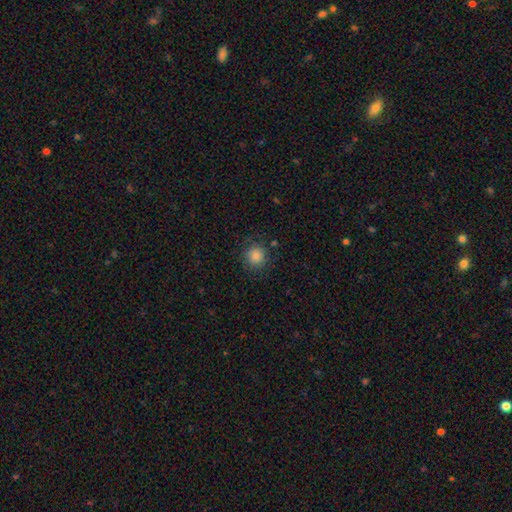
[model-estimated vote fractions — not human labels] A smooth galaxy with no disk features (83%) that is round (92%).

Vote fractions:
- Smooth or featured? smooth: 83% / star or artifact: 13% / featured or disk: 5%
- How rounded? round: 92% / in between: 7% / cigar-shaped: 1%
- Merging? none: 86% / minor disturbance: 9% / major disturbance: 3% / merger: 2%